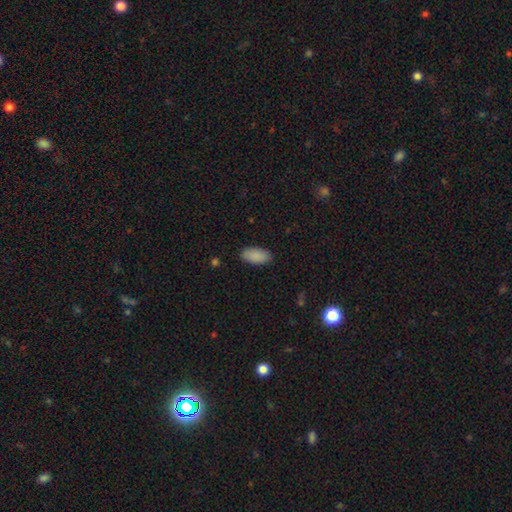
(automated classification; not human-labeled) This appears to be a smooth galaxy with no disk features (90%) that is in between round and cigar-shaped (93%). Merging: none (87%).